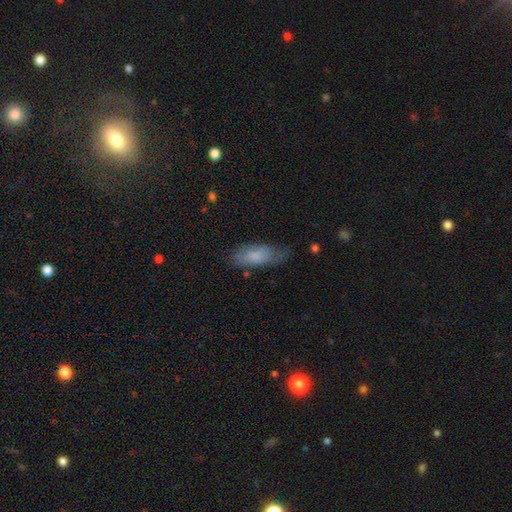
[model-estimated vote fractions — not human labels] Smooth or featured? Predicted: smooth (p=0.75). How rounded? Predicted: in between (p=0.75). Merging? Predicted: none (p=0.60).